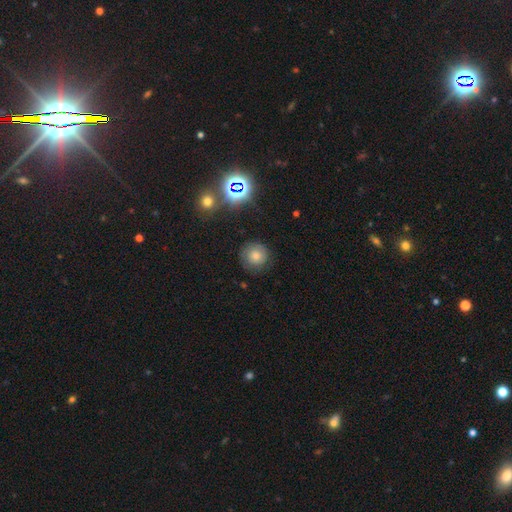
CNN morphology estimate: Smooth or featured?
  - smooth: 68% *
  - featured or disk: 16%
  - star or artifact: 16%
How rounded?
  - round: 92% *
  - in between: 7%
  - cigar-shaped: 1%
Merging?
  - none: 80% *
  - minor disturbance: 13%
  - major disturbance: 5%
  - merger: 2%